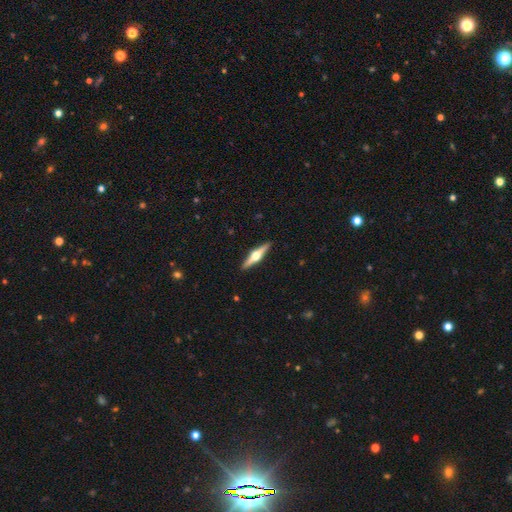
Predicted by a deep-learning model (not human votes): Morphology: type=featured or disk (74%); edge-on=yes (98%); edge-on bulge=rounded (96%); merging=none (92%).